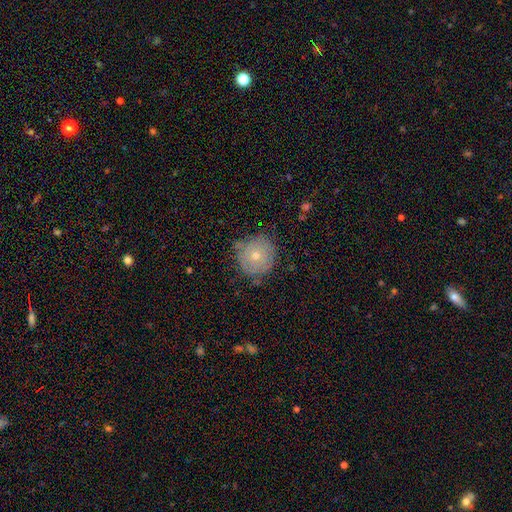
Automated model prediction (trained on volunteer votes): Smooth or featured? smooth (55%)
How rounded? round (90%)
Merging? none (72%)